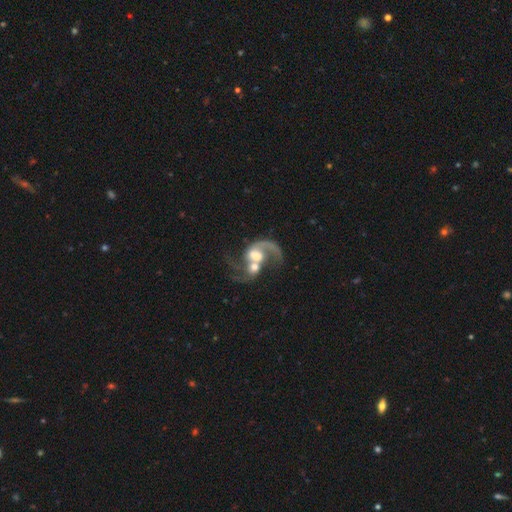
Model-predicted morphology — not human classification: A featured or disk galaxy (78%) with no bar (53%), 2 (57%) loose (64%) spiral arms (89%) and a moderate central bulge (49%).

Vote fractions:
- Smooth or featured? featured or disk: 78% / smooth: 15% / star or artifact: 7%
- Edge-on disk? no: 97% / yes: 3%
- Bar? no: 53% / weak: 35% / strong: 12%
- Spiral arms? yes: 89% / no: 11%
- Spiral winding? loose: 64% / medium: 29% / tight: 7%
- Spiral arm count? 2: 57% / 1: 32% / can't tell: 6% / 3: 3% / 4: 1% / more than 4: 1%
- Bulge size? moderate: 49% / large: 28% / small: 12% / none: 6% / dominant: 5%
- Merging? merger: 70% / none: 13% / major disturbance: 11% / minor disturbance: 5%